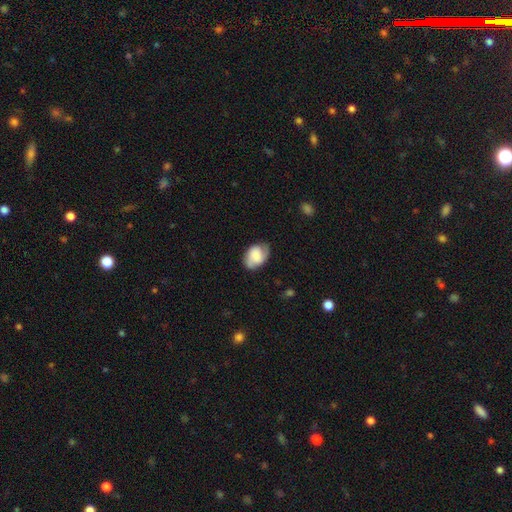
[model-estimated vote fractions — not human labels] Smooth or featured?
  - smooth: 53% *
  - featured or disk: 39%
  - star or artifact: 8%
How rounded?
  - in between: 82% *
  - round: 17%
  - cigar-shaped: 1%
Merging?
  - none: 68% *
  - minor disturbance: 23%
  - major disturbance: 7%
  - merger: 2%